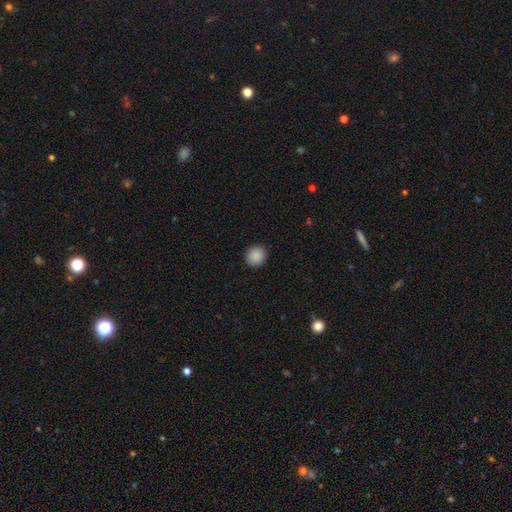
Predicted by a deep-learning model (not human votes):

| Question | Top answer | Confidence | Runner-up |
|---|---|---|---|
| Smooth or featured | smooth | 89% | star or artifact (8%) |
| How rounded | round | 86% | in between (13%) |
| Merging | none | 91% | minor disturbance (6%) |